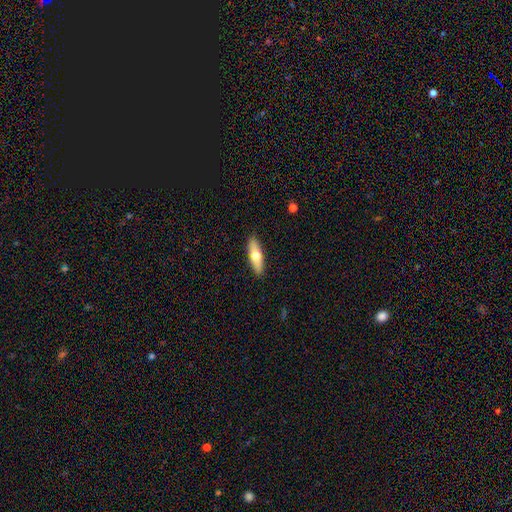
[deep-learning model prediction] Smooth or featured?
  - smooth: 62% *
  - featured or disk: 33%
  - star or artifact: 5%
How rounded?
  - cigar-shaped: 53% *
  - in between: 44%
  - round: 2%
Merging?
  - none: 90% *
  - minor disturbance: 7%
  - major disturbance: 2%
  - merger: 1%